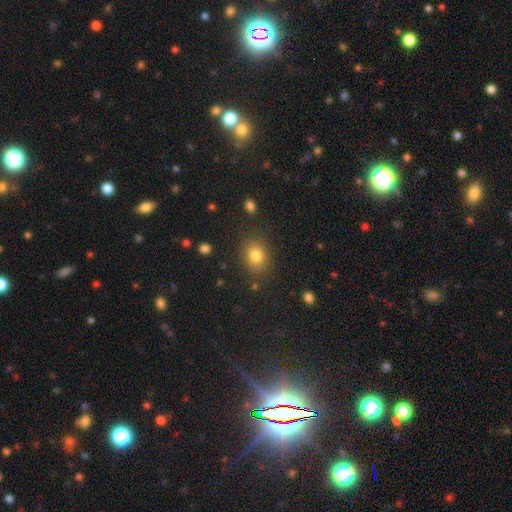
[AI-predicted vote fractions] smooth-or-featured: smooth: 81% | star or artifact: 12% | featured or disk: 7%
  how-rounded: round: 51% | in between: 48% | cigar-shaped: 1%
  merging: none: 84% | minor disturbance: 10% | major disturbance: 4% | merger: 2%